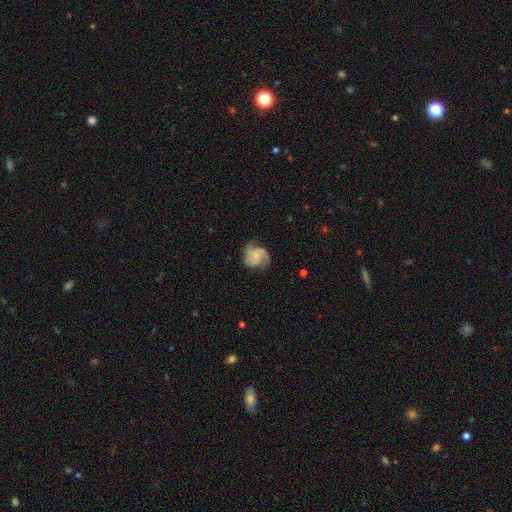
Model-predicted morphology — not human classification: Smooth or featured?
  - featured or disk: 69% *
  - smooth: 23%
  - star or artifact: 8%
Edge-on disk?
  - no: 98% *
  - yes: 2%
Bar?
  - no: 71% *
  - weak: 25%
  - strong: 4%
Spiral arms?
  - yes: 93% *
  - no: 7%
Spiral winding?
  - medium: 48% *
  - tight: 33%
  - loose: 19%
Spiral arm count?
  - 3: 39% *
  - 2: 33%
  - can't tell: 14%
  - 4: 6%
  - 1: 4%
  - more than 4: 4%
Bulge size?
  - small: 64% *
  - moderate: 17%
  - none: 17%
  - large: 1%
  - dominant: 1%
Merging?
  - none: 66% *
  - minor disturbance: 23%
  - major disturbance: 10%
  - merger: 1%